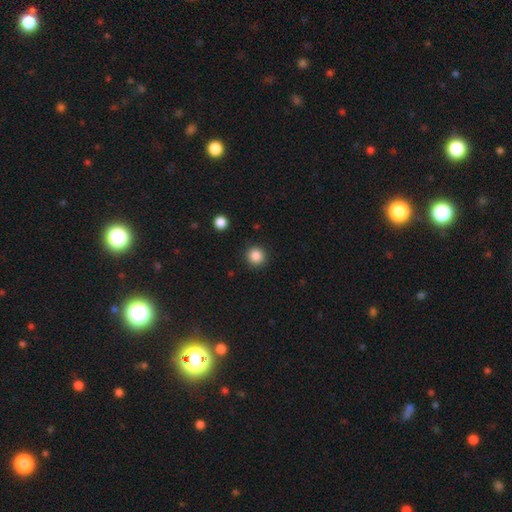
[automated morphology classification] Smooth or featured: smooth — 86% (star or artifact — 11%)
How rounded: round — 94% (in between — 5%)
Merging: none — 91% (minor disturbance — 6%)